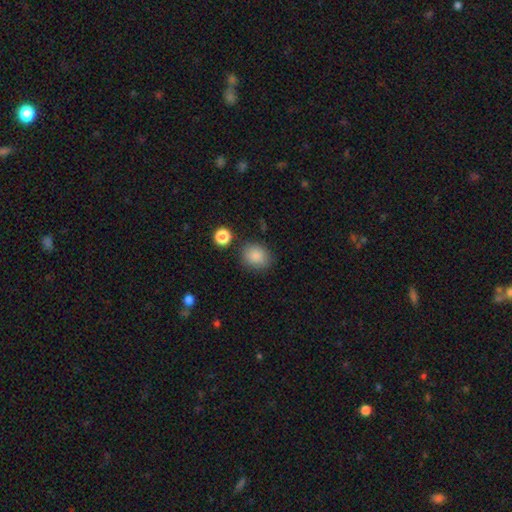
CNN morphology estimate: A smooth galaxy with no disk features (86%) that is round (68%). Merging: none (81%).